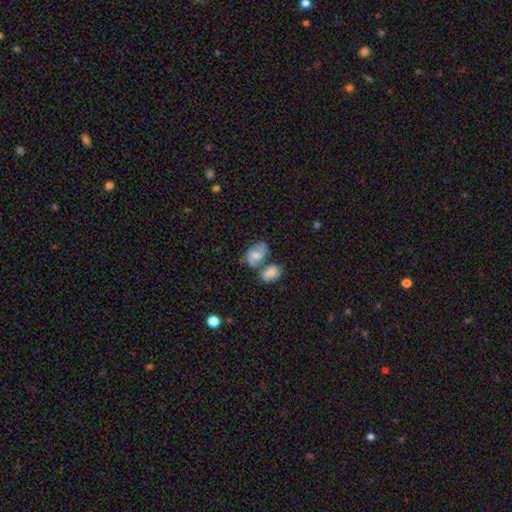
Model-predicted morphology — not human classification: smooth-or-featured: smooth: 60% | featured or disk: 31% | star or artifact: 10%
  how-rounded: in between: 81% | round: 17% | cigar-shaped: 2%
  merging: merger: 40% | none: 38% | minor disturbance: 16% | major disturbance: 6%